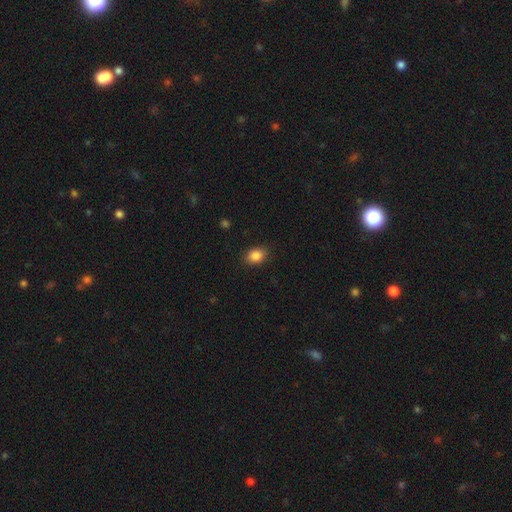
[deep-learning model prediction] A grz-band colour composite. It shows a smooth galaxy with no disk features (85%) that is in between round and cigar-shaped (65%). Merging: none (87%).